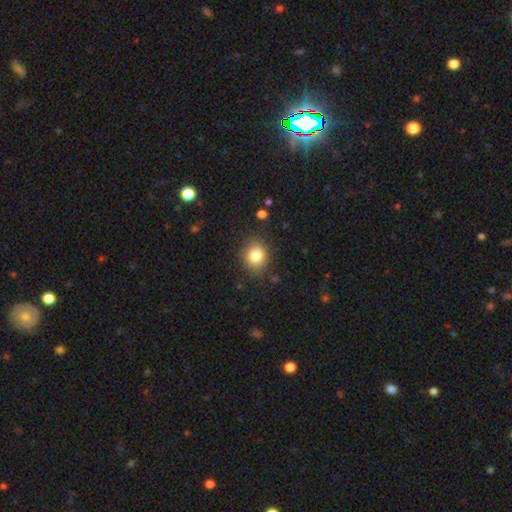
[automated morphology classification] A smooth galaxy with no disk features (82%) that is round (79%). Merging: none (86%).